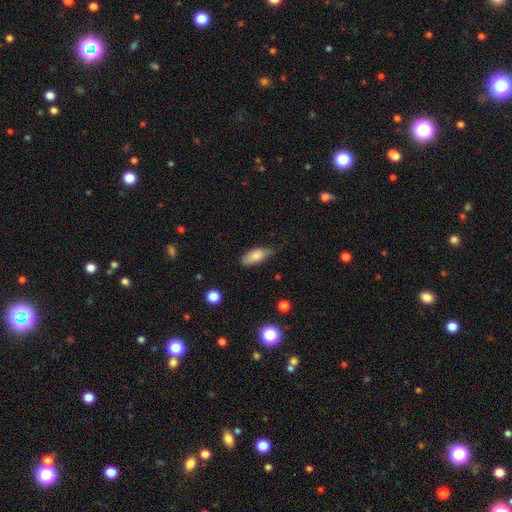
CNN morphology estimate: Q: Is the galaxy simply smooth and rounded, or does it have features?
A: smooth — 82%.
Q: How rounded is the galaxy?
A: in between — 83%.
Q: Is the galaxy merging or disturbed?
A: none — 58%.